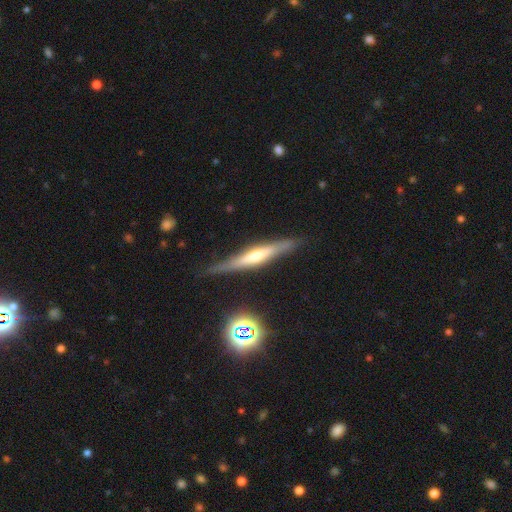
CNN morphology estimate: A featured or disk galaxy (64%) viewed edge-on (95%) with a rounded central bulge (70%).

Vote fractions:
- Smooth or featured? featured or disk: 64% / smooth: 28% / star or artifact: 8%
- Edge-on disk? yes: 95% / no: 5%
- Edge-on bulge? rounded: 70% / none: 17% / boxy: 13%
- Merging? none: 83% / minor disturbance: 12% / major disturbance: 3% / merger: 2%